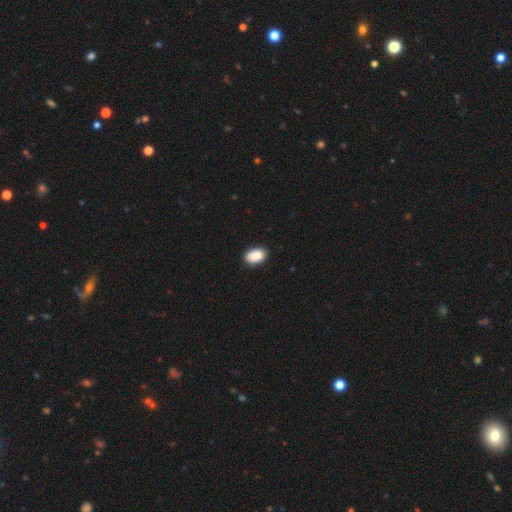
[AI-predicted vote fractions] Smooth or featured? Predicted: smooth (p=0.90). How rounded? Predicted: in between (p=0.91). Merging? Predicted: none (p=0.86).